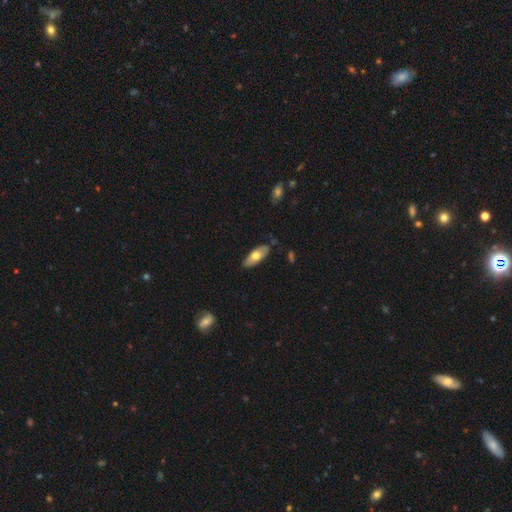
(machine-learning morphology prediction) Overall: smooth (59%; featured or disk 35%). How rounded: in between (80%). Merging: none (81%).